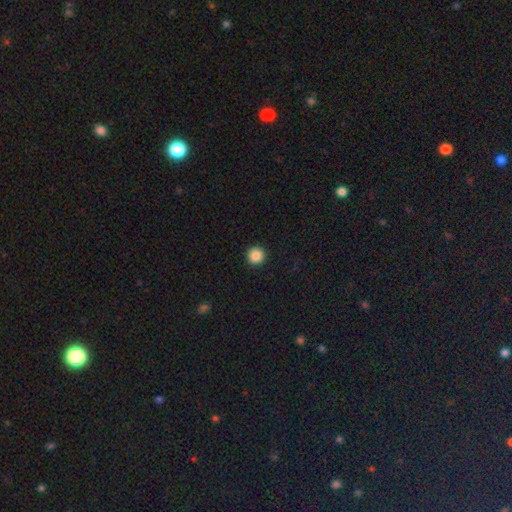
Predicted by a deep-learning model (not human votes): This appears to be a smooth galaxy with no disk features (88%) that is round (96%). Merging: none (94%).